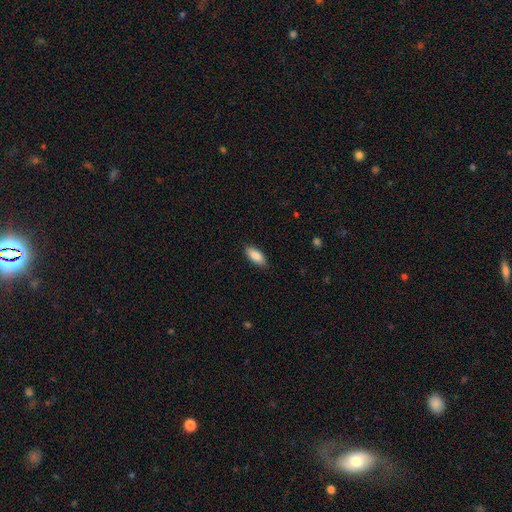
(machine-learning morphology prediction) Smooth or featured: smooth — 87% (featured or disk — 7%)
How rounded: in between — 85% (cigar-shaped — 13%)
Merging: none — 87% (minor disturbance — 10%)